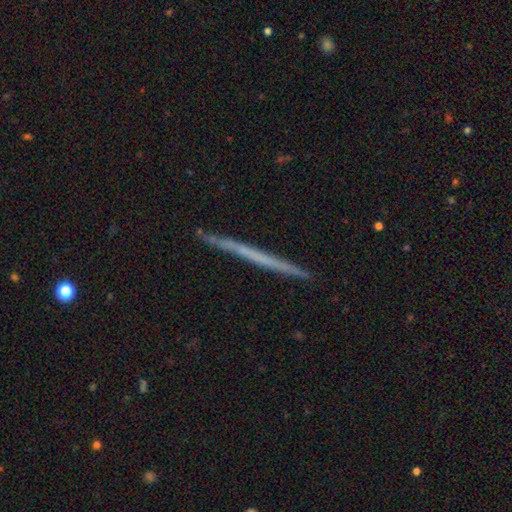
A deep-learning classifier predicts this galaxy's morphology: smooth_or_featured: featured or disk (p=0.56) [alt: smooth p=0.38]
disk_edge_on: yes (p=0.98) [alt: no p=0.02]
edge_on_bulge: none (p=0.94) [alt: rounded p=0.04]
merging: none (p=0.92) [alt: minor disturbance p=0.06]